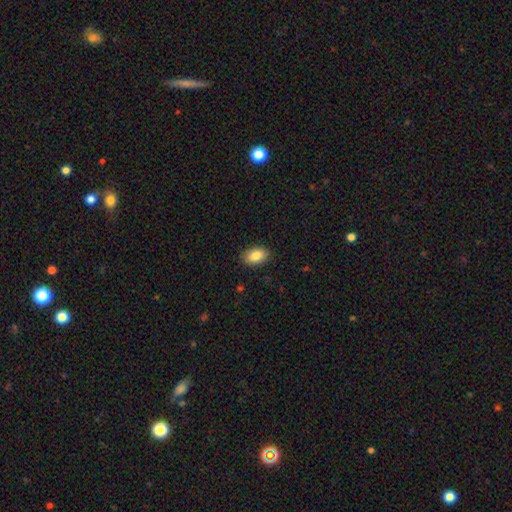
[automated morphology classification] smooth 86%, star or artifact 7%, featured or disk 7%. Down the decision tree: how rounded — in between (91%); merging — none (89%).